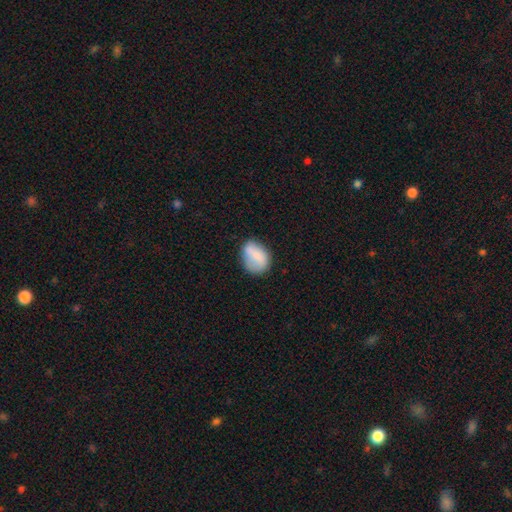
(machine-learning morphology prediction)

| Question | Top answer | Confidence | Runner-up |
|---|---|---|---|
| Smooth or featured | smooth | 77% | featured or disk (15%) |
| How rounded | in between | 66% | round (32%) |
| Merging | none | 62% | minor disturbance (26%) |